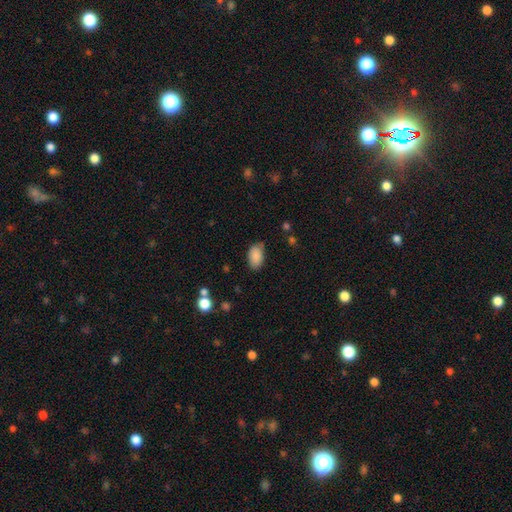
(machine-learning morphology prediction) Smooth or featured: smooth — 88% (star or artifact — 7%)
How rounded: in between — 93% (round — 6%)
Merging: none — 75% (minor disturbance — 19%)